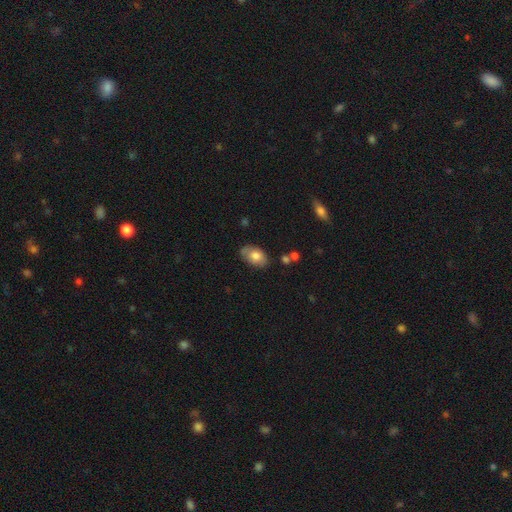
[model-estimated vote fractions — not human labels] Smooth or featured? smooth (76%)
How rounded? in between (89%)
Merging? none (73%)